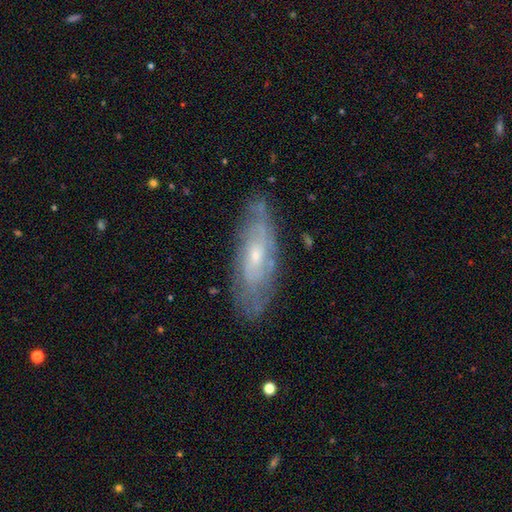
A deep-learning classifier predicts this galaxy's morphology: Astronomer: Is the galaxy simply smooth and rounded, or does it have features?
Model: featured or disk — 69%.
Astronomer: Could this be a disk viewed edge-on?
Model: no — 78%.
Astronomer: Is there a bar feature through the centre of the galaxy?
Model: no — 68%.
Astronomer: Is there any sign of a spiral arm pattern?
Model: yes — 78%.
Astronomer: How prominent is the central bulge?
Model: small — 63%.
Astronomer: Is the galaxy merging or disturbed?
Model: none — 76%.